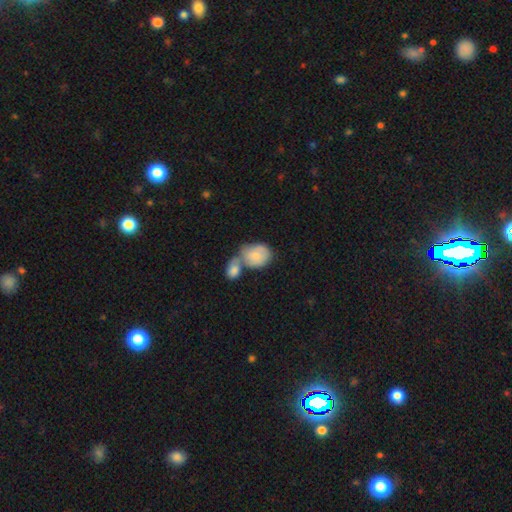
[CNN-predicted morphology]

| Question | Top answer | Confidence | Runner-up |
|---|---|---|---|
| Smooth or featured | smooth | 74% | featured or disk (20%) |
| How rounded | in between | 54% | round (45%) |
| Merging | merger | 63% | none (21%) |